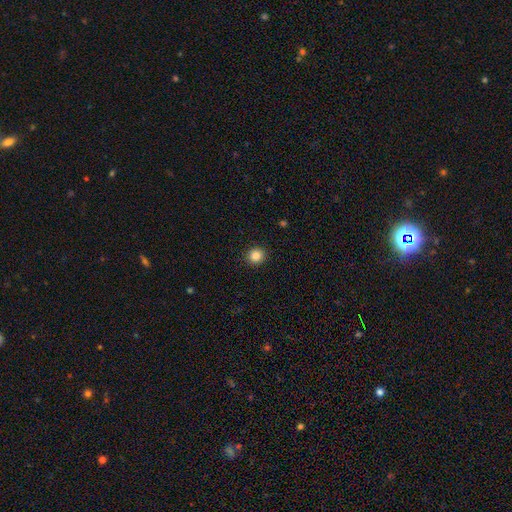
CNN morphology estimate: This appears to be a smooth galaxy with no disk features (85%) that is round (90%). Merging: none (92%).